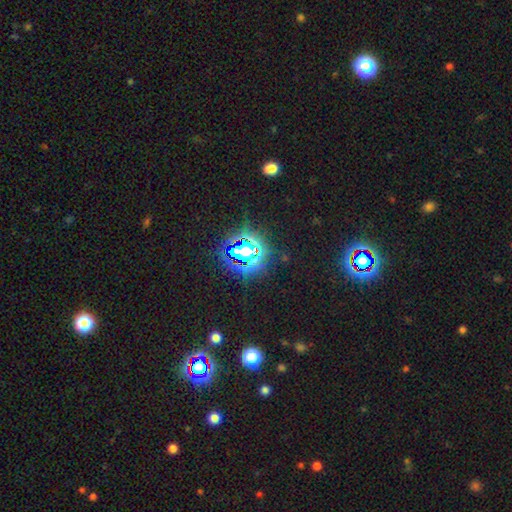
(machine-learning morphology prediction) Overall: star or artifact (80%).